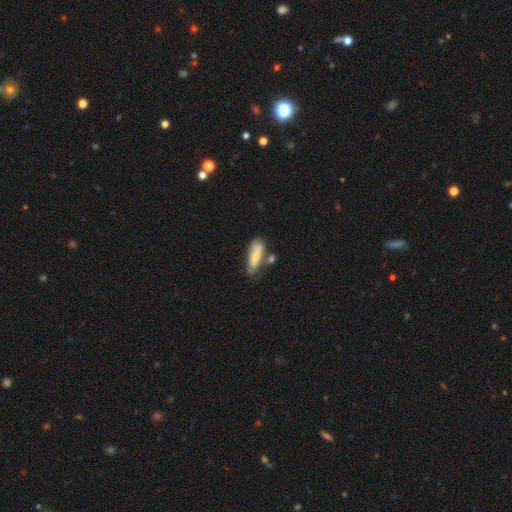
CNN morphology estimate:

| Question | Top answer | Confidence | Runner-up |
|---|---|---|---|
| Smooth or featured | smooth | 71% | featured or disk (22%) |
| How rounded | in between | 52% | cigar-shaped (45%) |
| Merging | none | 52% | minor disturbance (22%) |